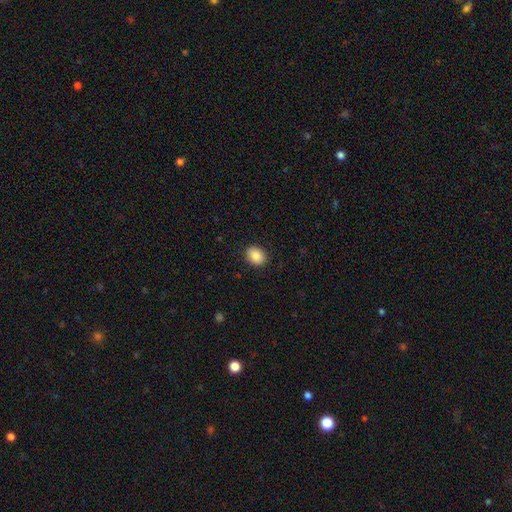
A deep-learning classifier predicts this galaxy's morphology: smooth 87%, star or artifact 8%, featured or disk 5%. Down the decision tree: how rounded — in between (52%); merging — none (90%).